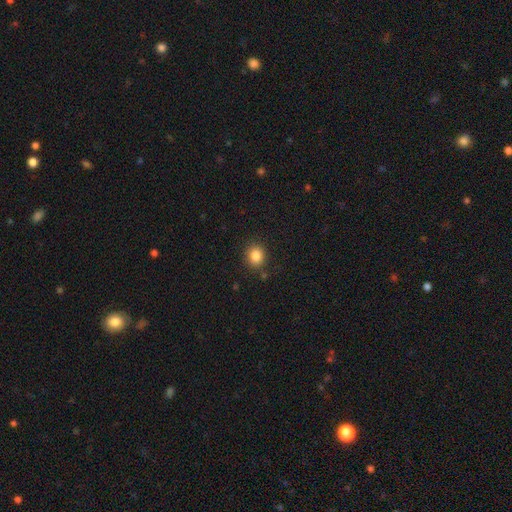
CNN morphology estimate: Smooth or featured? smooth (84%)
How rounded? round (76%)
Merging? none (86%)